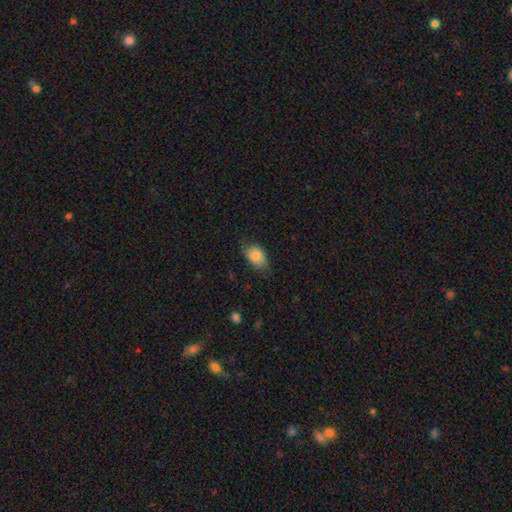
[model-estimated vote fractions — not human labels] Morphology: type=smooth (83%); roundness=in between (83%); merging=none (68%).